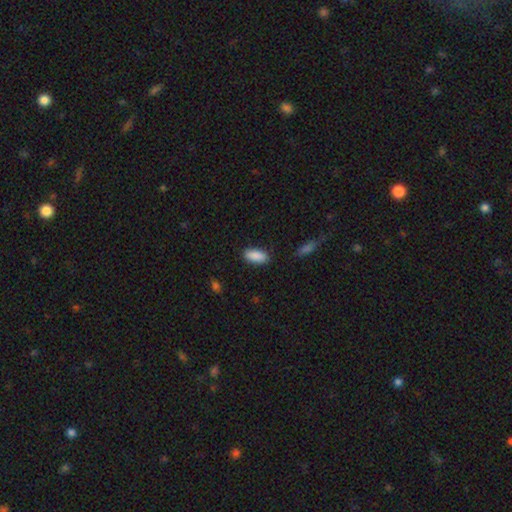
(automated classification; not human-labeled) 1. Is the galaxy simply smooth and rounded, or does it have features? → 89% smooth, 6% star or artifact, 4% featured or disk.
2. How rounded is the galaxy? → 89% in between, 9% cigar-shaped, 2% round.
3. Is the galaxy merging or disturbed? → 86% none, 10% minor disturbance, 2% major disturbance, 2% merger.